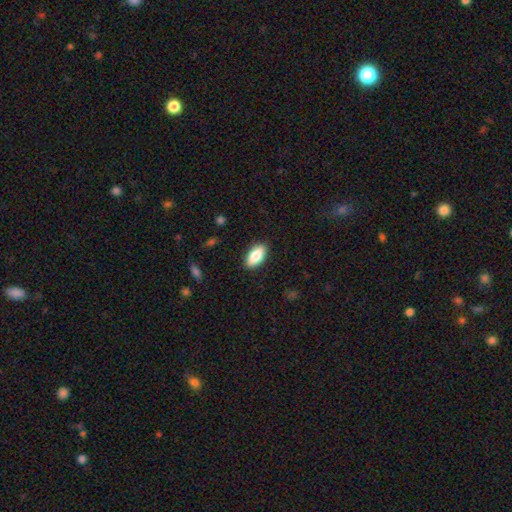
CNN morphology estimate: Overall: smooth (82%). How rounded: in between (88%). Merging: none (88%).